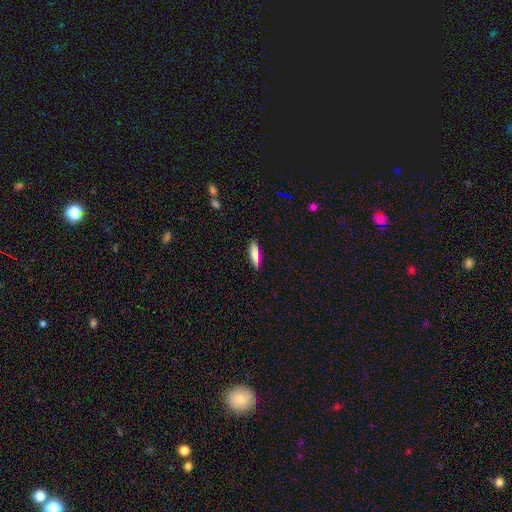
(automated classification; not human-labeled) Smooth or featured? smooth (78%)
How rounded? cigar-shaped (68%)
Merging? none (86%)